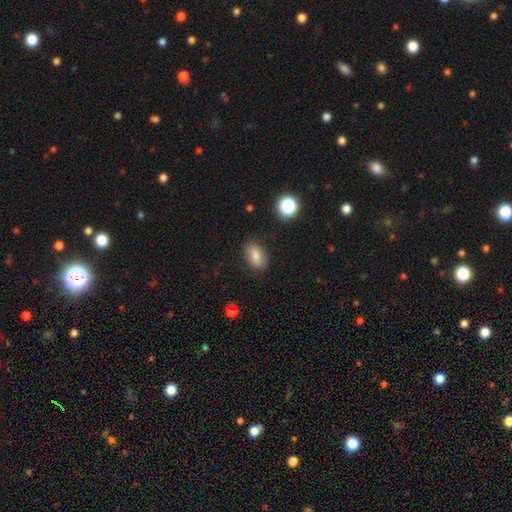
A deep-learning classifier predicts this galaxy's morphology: Smooth or featured?
  - smooth: 75% *
  - featured or disk: 15%
  - star or artifact: 10%
How rounded?
  - in between: 85% *
  - round: 11%
  - cigar-shaped: 4%
Merging?
  - none: 84% *
  - minor disturbance: 11%
  - major disturbance: 3%
  - merger: 2%